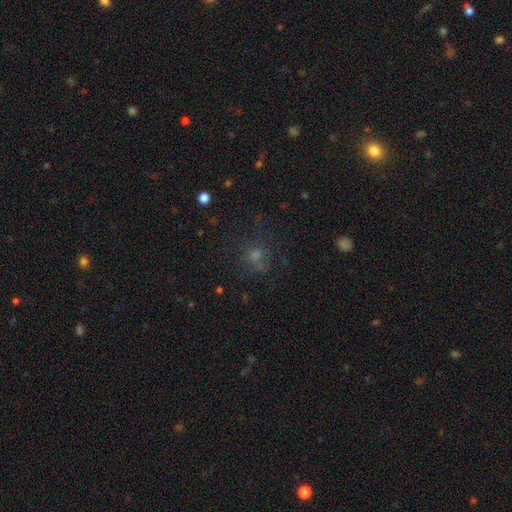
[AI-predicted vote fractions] The model was most divided on "smooth or featured": smooth: 59%, star or artifact: 26%, featured or disk: 15%. More confident: how rounded — round (81%); merging — none (62%).